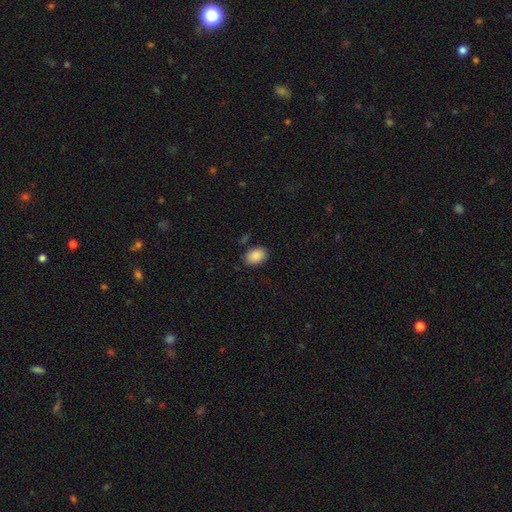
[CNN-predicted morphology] Q: Smooth or featured?
A: smooth (89%); runner-up: star or artifact (7%)
Q: How rounded?
A: in between (86%); runner-up: round (13%)
Q: Merging?
A: none (85%); runner-up: minor disturbance (11%)